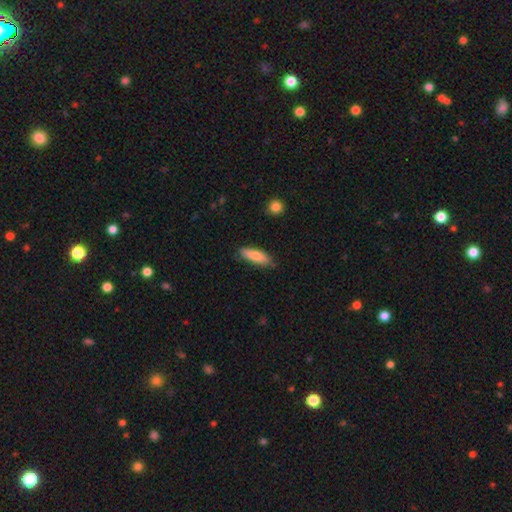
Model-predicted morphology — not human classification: A smooth galaxy with no disk features (75%) that is in between round and cigar-shaped (49%, tied with cigar-shaped).

Vote fractions:
- Smooth or featured? smooth: 75% / featured or disk: 19% / star or artifact: 6%
- How rounded? in between: 49% (tied) / cigar-shaped: 49% (tied) / round: 2%
- Merging? none: 79% / minor disturbance: 16% / major disturbance: 3% / merger: 2%